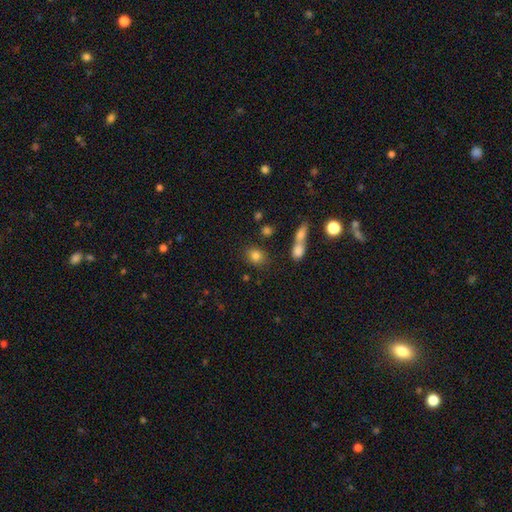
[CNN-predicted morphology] This appears to be a smooth galaxy with no disk features (81%) that is round (55%). Merging: none (74%).